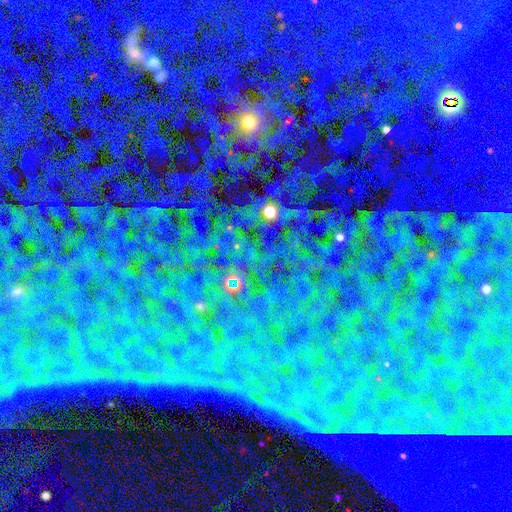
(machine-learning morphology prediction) Smooth or featured: star or artifact — 78% (smooth — 13%)